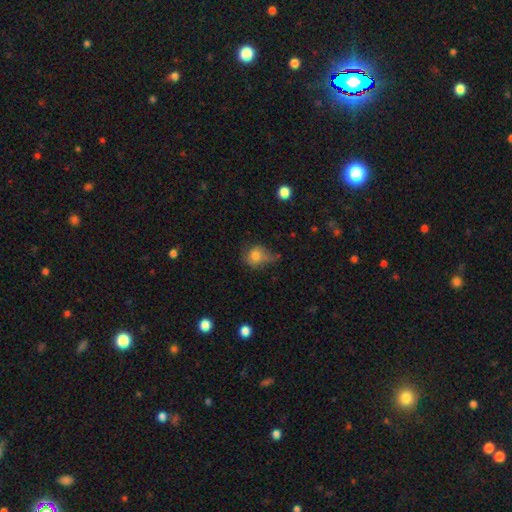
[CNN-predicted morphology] smooth 74%, featured or disk 15%, star or artifact 11%. Down the decision tree: how rounded — round (73%); merging — none (38%).